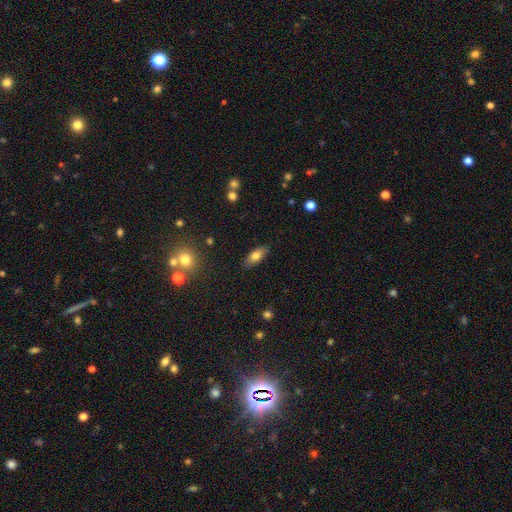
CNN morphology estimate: Q: Smooth or featured?
A: smooth (73%); runner-up: featured or disk (19%)
Q: How rounded?
A: in between (78%); runner-up: cigar-shaped (18%)
Q: Merging?
A: none (87%); runner-up: minor disturbance (10%)